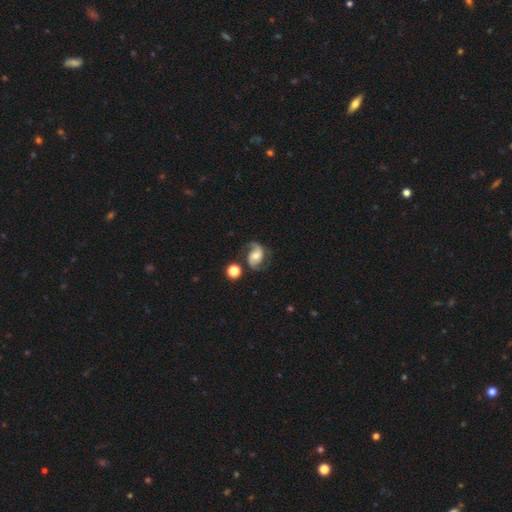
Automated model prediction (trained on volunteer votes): Smooth or featured? featured or disk (82%)
Edge-on disk? no (98%)
Bar? no (53%)
Spiral arms? yes (96%)
Spiral winding? medium (49%)
Spiral arm count? 2 (90%)
Bulge size? moderate (52%)
Merging? none (68%)